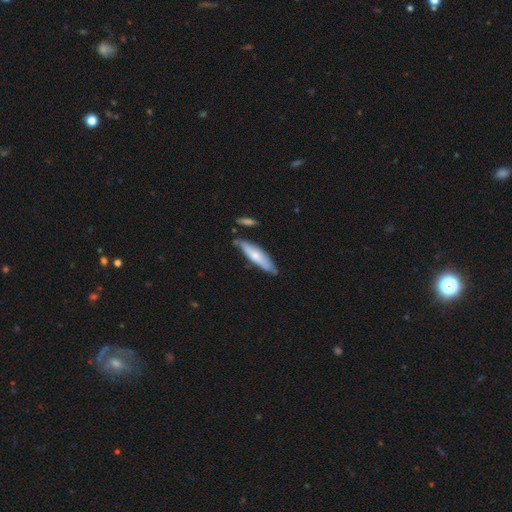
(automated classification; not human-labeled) Q: Smooth or featured?
A: smooth (63%); runner-up: featured or disk (32%)
Q: How rounded?
A: cigar-shaped (70%); runner-up: in between (29%)
Q: Merging?
A: none (70%); runner-up: minor disturbance (21%)